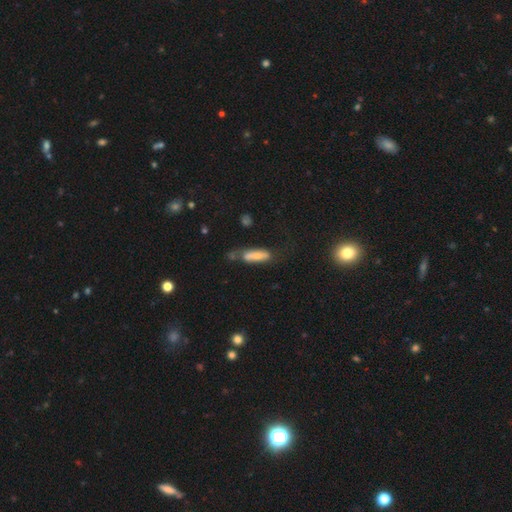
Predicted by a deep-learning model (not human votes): Morphology: type=smooth (69%); roundness=cigar-shaped (57%); merging=none (47%).